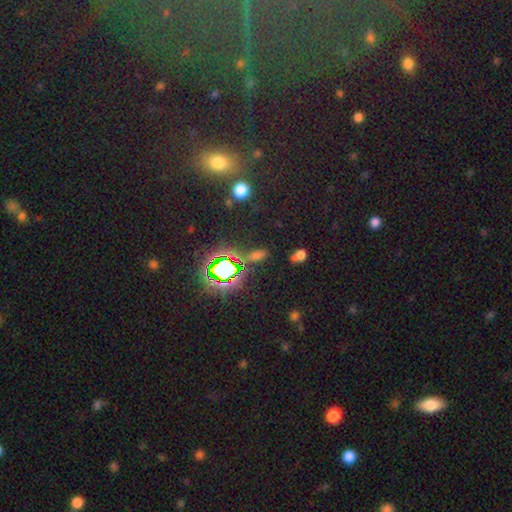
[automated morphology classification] This appears to be a star or artifact, not a galaxy (47%).